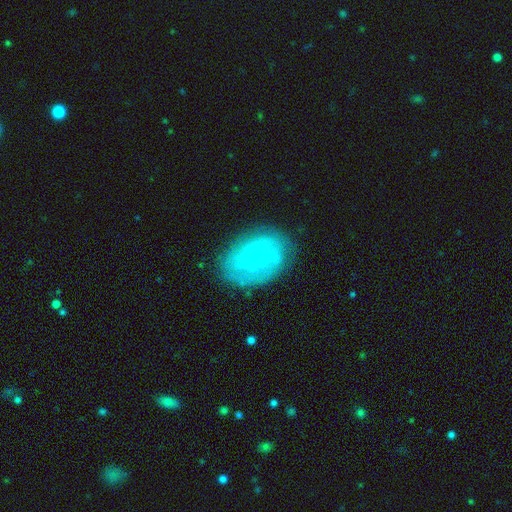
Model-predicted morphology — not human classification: A featured or disk galaxy (73%) with no bar (77%), tight (74%) spiral arms (94%) and a small central bulge (81%). Merging: none (79%).